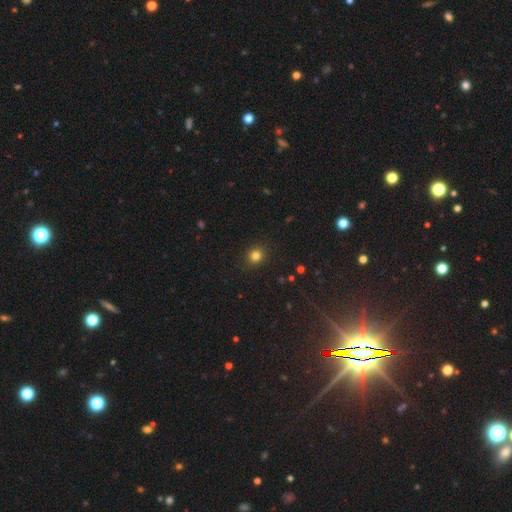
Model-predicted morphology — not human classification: Smooth or featured?
  - smooth: 81% *
  - star or artifact: 14%
  - featured or disk: 5%
How rounded?
  - round: 78% *
  - in between: 21%
  - cigar-shaped: 1%
Merging?
  - none: 90% *
  - minor disturbance: 7%
  - major disturbance: 2%
  - merger: 1%